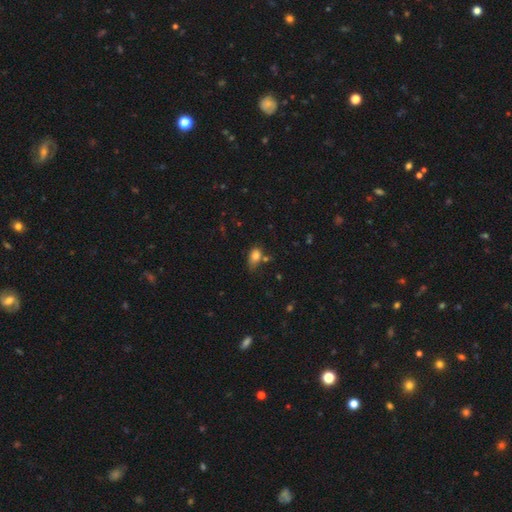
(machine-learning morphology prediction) A smooth galaxy with no disk features (79%) that is in between round and cigar-shaped (81%).

Vote fractions:
- Smooth or featured? smooth: 79% / featured or disk: 11% / star or artifact: 11%
- How rounded? in between: 81% / round: 16% / cigar-shaped: 2%
- Merging? none: 48% / minor disturbance: 30% / merger: 13% / major disturbance: 10%